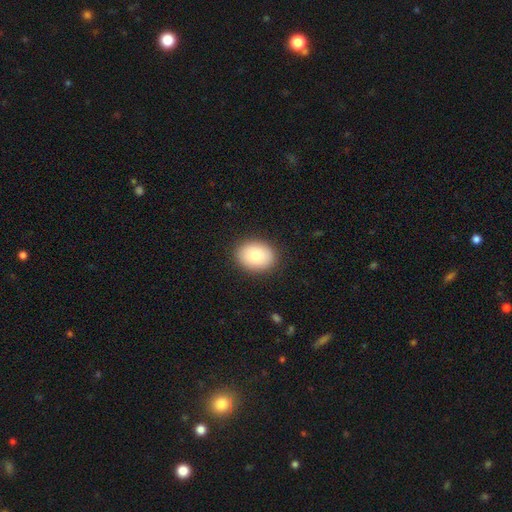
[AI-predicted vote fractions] Smooth or featured? Predicted: smooth (p=0.80). How rounded? Predicted: in between (p=0.62). Merging? Predicted: none (p=0.89).